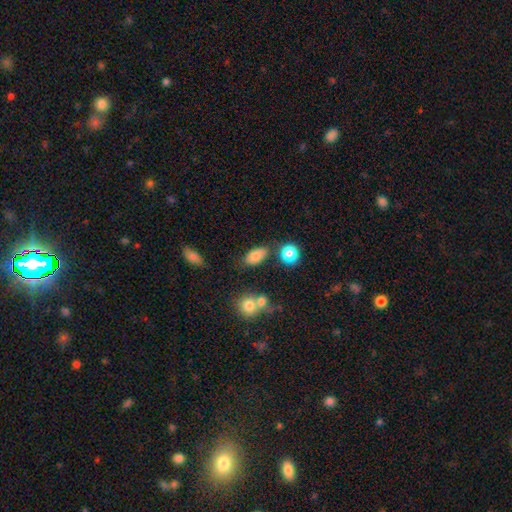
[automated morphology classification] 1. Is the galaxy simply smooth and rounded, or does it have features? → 79% smooth, 11% star or artifact, 10% featured or disk.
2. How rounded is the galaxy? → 90% in between, 7% round, 3% cigar-shaped.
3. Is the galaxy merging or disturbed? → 74% none, 16% minor disturbance, 6% merger, 4% major disturbance.